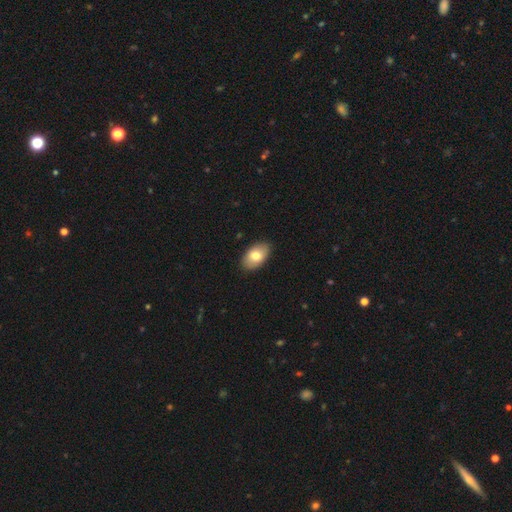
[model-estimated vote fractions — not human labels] A smooth galaxy with no disk features (77%) that is in between round and cigar-shaped (92%). Merging: none (88%).